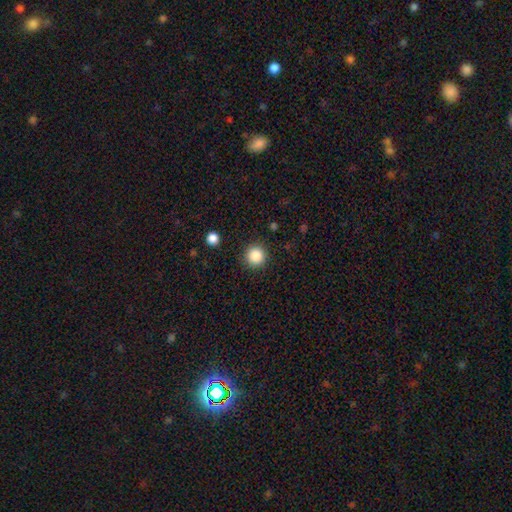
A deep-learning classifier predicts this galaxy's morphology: Smooth or featured: smooth — 86% (star or artifact — 10%)
How rounded: round — 95% (in between — 4%)
Merging: none — 91% (minor disturbance — 6%)